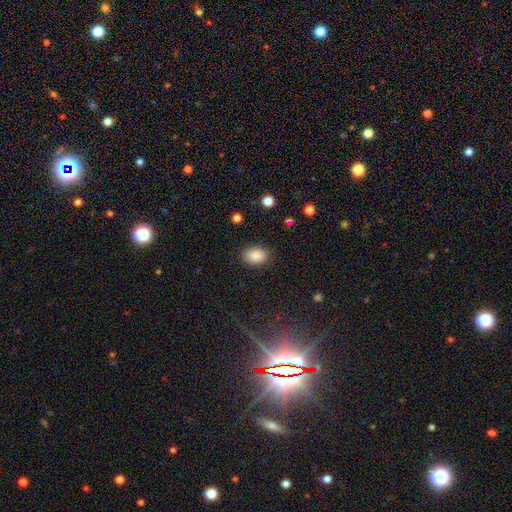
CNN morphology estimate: Smooth or featured: smooth — 88% (star or artifact — 8%)
How rounded: in between — 81% (round — 18%)
Merging: none — 88% (minor disturbance — 9%)